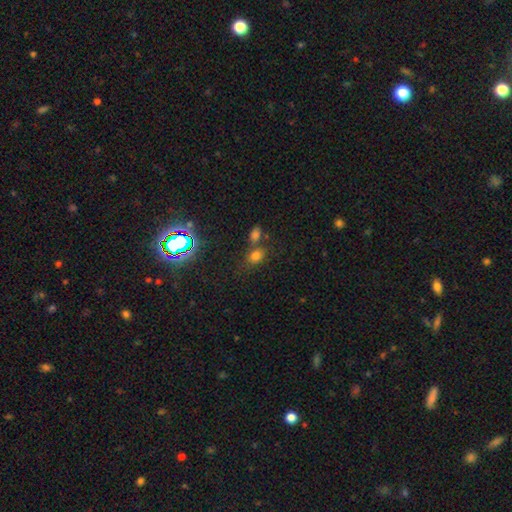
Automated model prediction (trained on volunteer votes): Smooth or featured? smooth (69%)
How rounded? in between (65%)
Merging? none (57%)